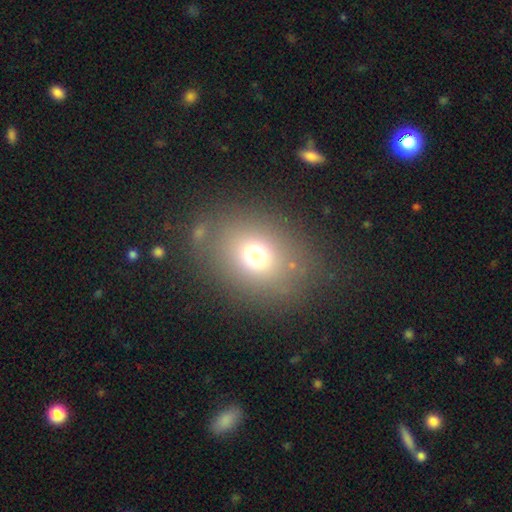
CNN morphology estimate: Smooth or featured: smooth — 69% (star or artifact — 20%)
How rounded: round — 57% (in between — 41%)
Merging: none — 79% (minor disturbance — 10%)